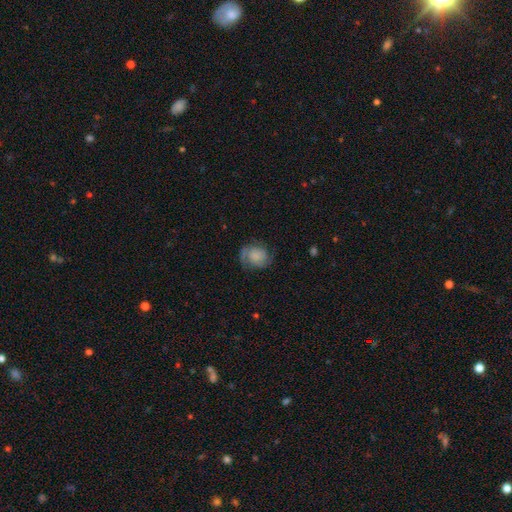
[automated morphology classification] type=featured or disk (49%); merging=none (62%).